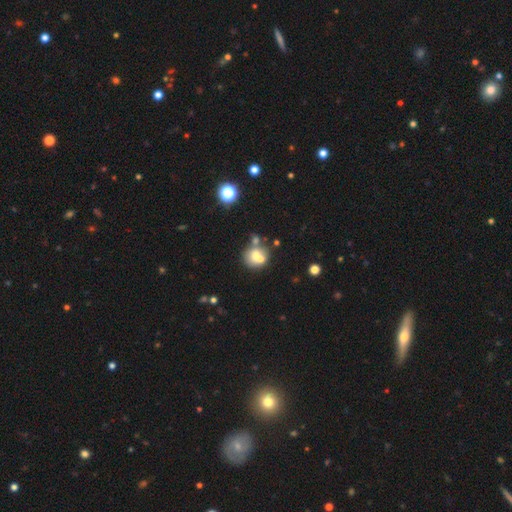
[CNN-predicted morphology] smooth 63%, featured or disk 25%, star or artifact 12%. Down the decision tree: how rounded — round (82%); merging — none (46%).